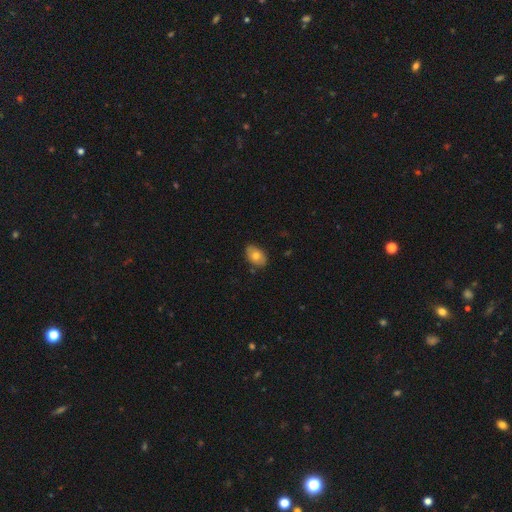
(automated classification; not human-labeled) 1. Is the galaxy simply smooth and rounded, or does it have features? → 71% smooth, 21% featured or disk, 8% star or artifact.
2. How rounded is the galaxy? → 86% in between, 13% round, 1% cigar-shaped.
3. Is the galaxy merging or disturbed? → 82% none, 15% minor disturbance, 2% major disturbance, 1% merger.